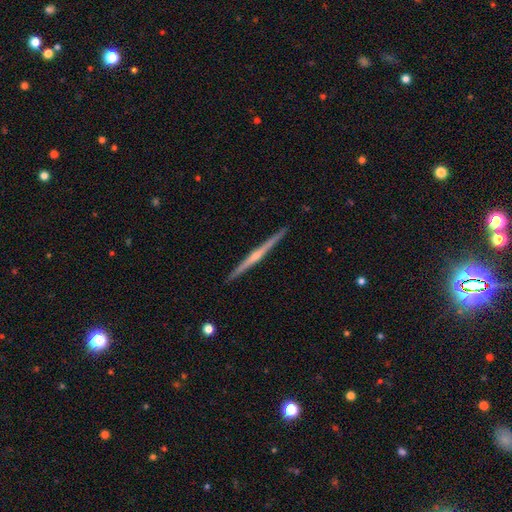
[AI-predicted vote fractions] Smooth or featured: featured or disk — 79% (smooth — 15%)
Edge-on disk: yes — 98% (no — 2%)
Edge-on bulge: rounded — 73% (none — 20%)
Merging: none — 91% (minor disturbance — 6%)